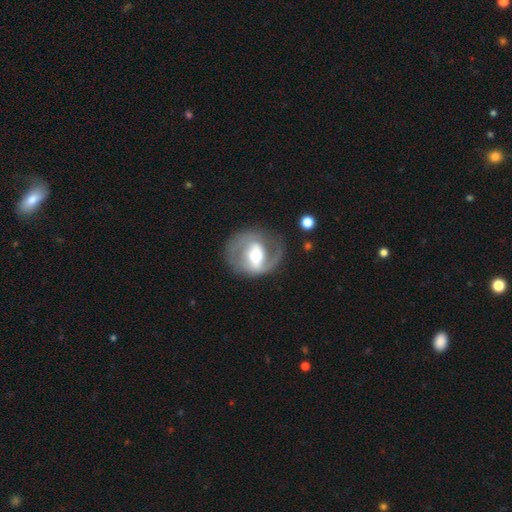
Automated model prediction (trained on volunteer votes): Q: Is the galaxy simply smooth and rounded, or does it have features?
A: featured or disk — 76%.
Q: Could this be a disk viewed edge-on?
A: no — 96%.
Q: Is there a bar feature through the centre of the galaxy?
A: strong — 43%.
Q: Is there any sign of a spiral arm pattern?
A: yes — 71%.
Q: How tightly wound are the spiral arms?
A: medium — 45%.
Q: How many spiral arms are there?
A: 2 — 77%.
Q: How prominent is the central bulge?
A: moderate — 67%.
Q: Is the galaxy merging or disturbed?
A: none — 70%.